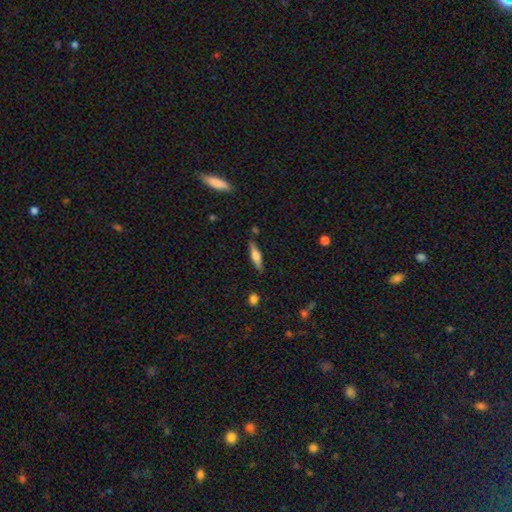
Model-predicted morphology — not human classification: The model was most divided on "smooth or featured": featured or disk: 49%, smooth: 44%, star or artifact: 7%. More confident: merging — none (85%).